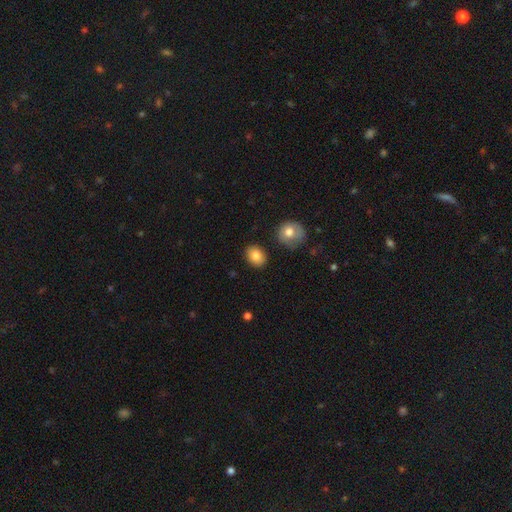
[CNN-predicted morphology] The model was most divided on "how rounded": in between: 56%, round: 43%, cigar-shaped: 1%. More confident: merging — none (86%); smooth or featured — smooth (83%).